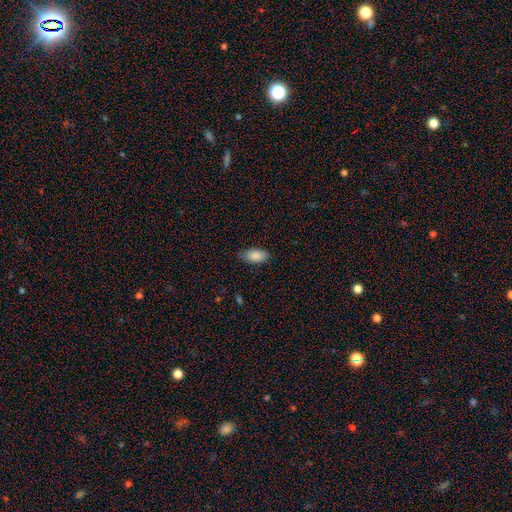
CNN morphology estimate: This appears to be a smooth galaxy with no disk features (88%) that is in between round and cigar-shaped (91%). Merging: none (76%).